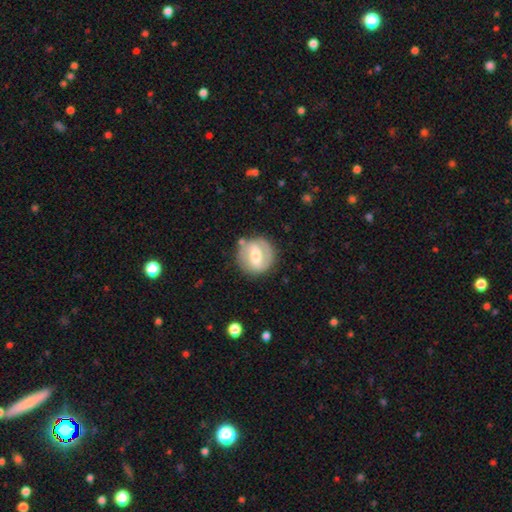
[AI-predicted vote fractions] Smooth or featured?
  - featured or disk: 56% *
  - smooth: 38%
  - star or artifact: 6%
Edge-on disk?
  - no: 95% *
  - yes: 5%
Bar?
  - strong: 45% *
  - weak: 40%
  - no: 15%
Spiral arms?
  - yes: 55% *
  - no: 45%
Bulge size?
  - moderate: 60% *
  - small: 28%
  - large: 8%
  - none: 2%
  - dominant: 1%
Merging?
  - none: 78% *
  - minor disturbance: 13%
  - major disturbance: 5%
  - merger: 4%